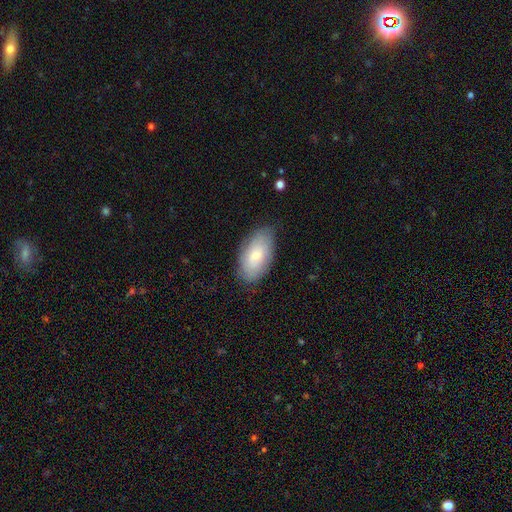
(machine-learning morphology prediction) Smooth or featured? Predicted: smooth (p=0.71). How rounded? Predicted: in between (p=0.94). Merging? Predicted: none (p=0.78).